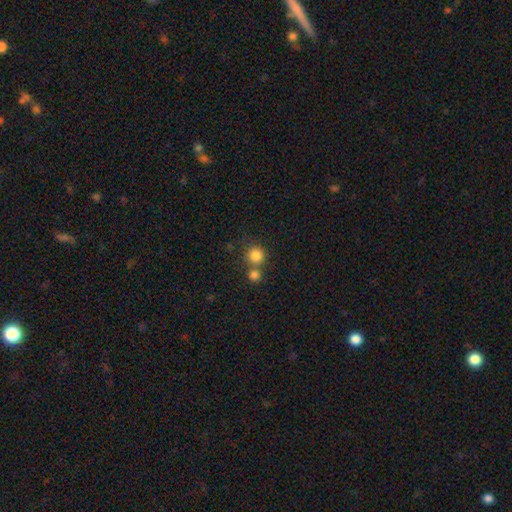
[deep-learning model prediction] The model was most divided on "merging": none: 59%, merger: 31%, minor disturbance: 7%, major disturbance: 3%. More confident: how rounded — round (92%); smooth or featured — smooth (83%).